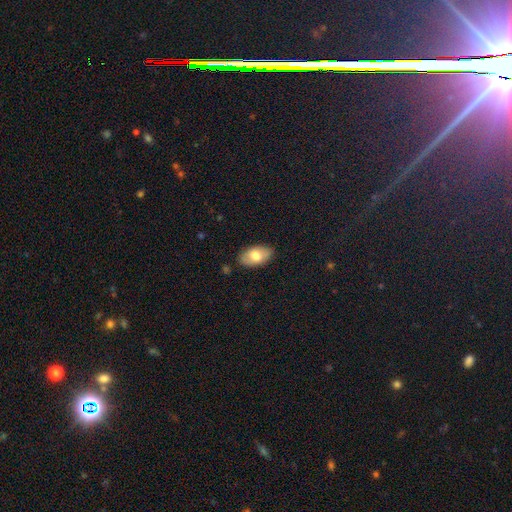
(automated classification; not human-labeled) Overall: smooth (74%). How rounded: in between (94%). Merging: none (85%).